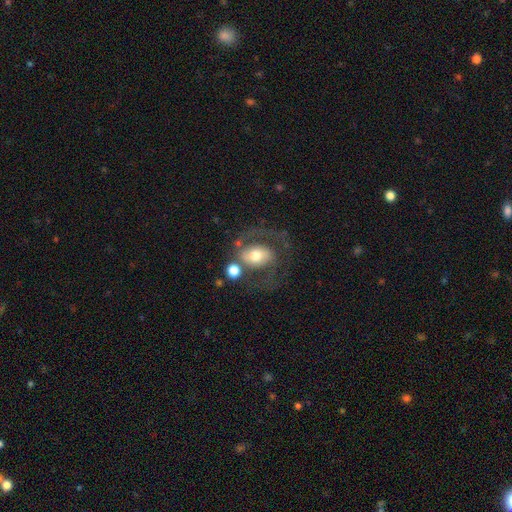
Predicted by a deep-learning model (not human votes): A featured or disk galaxy (58%) with no bar (50%), spiral arms (71%) and a moderate central bulge (64%).

Vote fractions:
- Smooth or featured? featured or disk: 58% / smooth: 34% / star or artifact: 8%
- Edge-on disk? no: 96% / yes: 4%
- Bar? no: 50% / weak: 32% / strong: 18%
- Spiral arms? yes: 71% / no: 29%
- Bulge size? moderate: 64% / large: 18% / small: 13% / dominant: 3% / none: 2%
- Merging? none: 46% / major disturbance: 22% / minor disturbance: 17% / merger: 15%